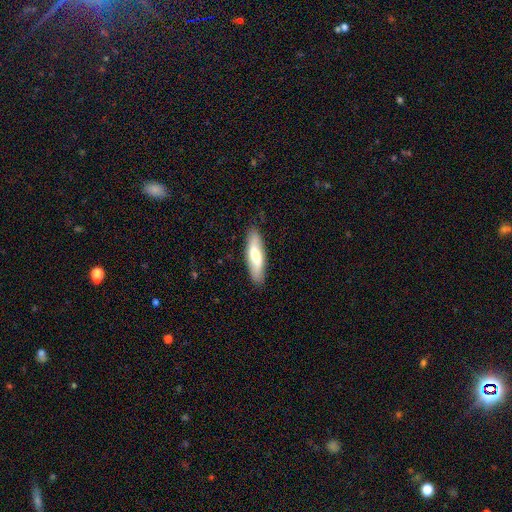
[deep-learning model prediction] Smooth or featured? smooth (61%)
How rounded? cigar-shaped (63%)
Merging? none (88%)